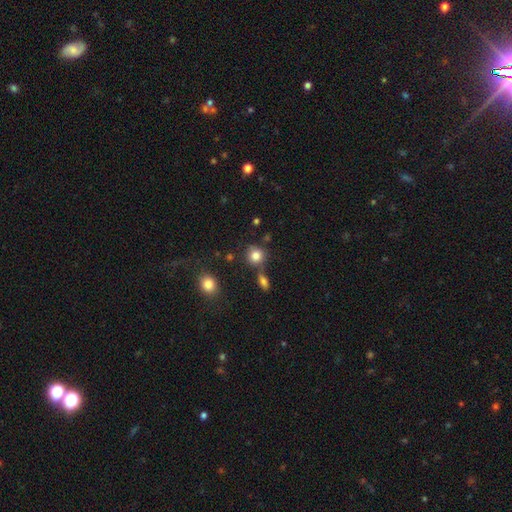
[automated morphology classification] type=smooth (82%); roundness=round (86%); merging=none (70%).